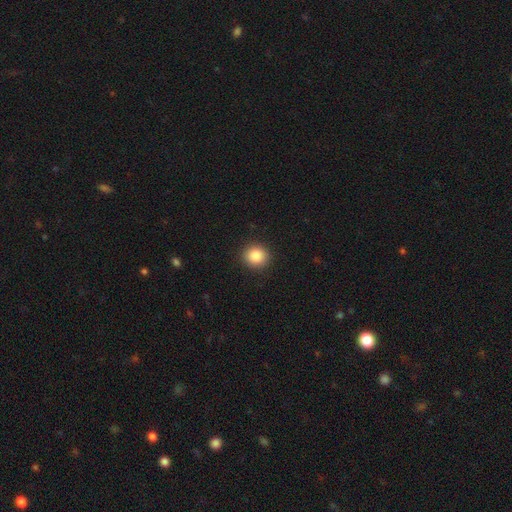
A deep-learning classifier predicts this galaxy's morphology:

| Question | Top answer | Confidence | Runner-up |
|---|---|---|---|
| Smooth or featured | smooth | 86% | star or artifact (9%) |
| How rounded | round | 85% | in between (14%) |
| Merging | none | 91% | minor disturbance (6%) |